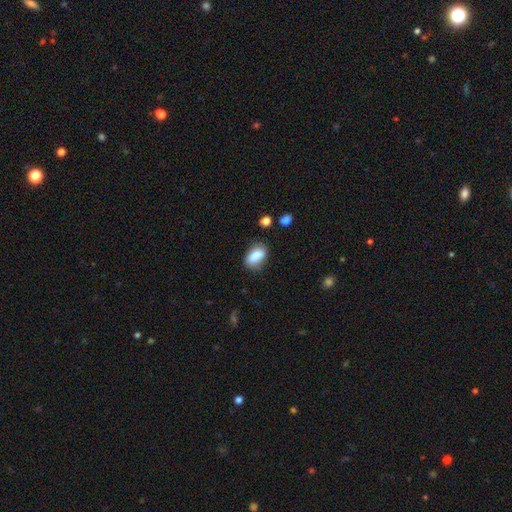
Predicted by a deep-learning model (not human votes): Morphology: type=smooth (83%); roundness=in between (85%); merging=none (69%).